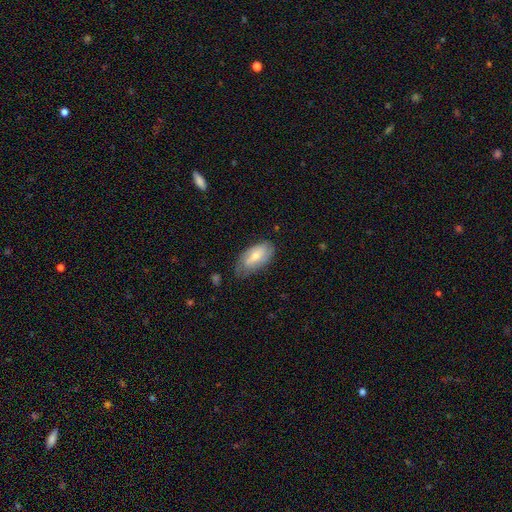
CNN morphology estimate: type=smooth (56%); roundness=in between (91%); merging=none (63%).